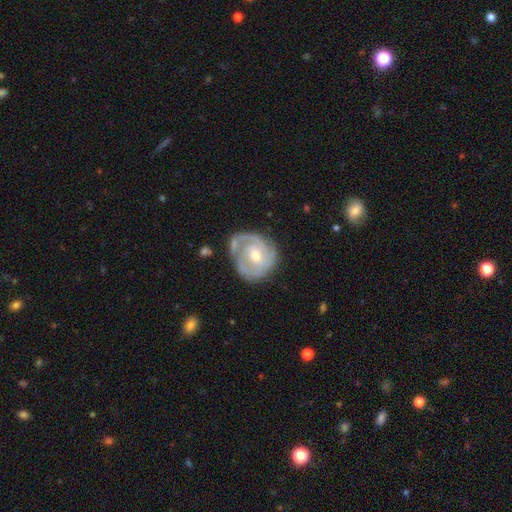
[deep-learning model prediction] Smooth or featured: featured or disk — 81% (smooth — 14%)
Edge-on disk: no — 98% (yes — 2%)
Bar: no — 56% (weak — 35%)
Spiral arms: yes — 90% (no — 10%)
Spiral winding: tight — 58% (medium — 32%)
Spiral arm count: 2 — 34% (can't tell — 25%)
Bulge size: moderate — 53% (small — 43%)
Merging: none — 61% (minor disturbance — 22%)